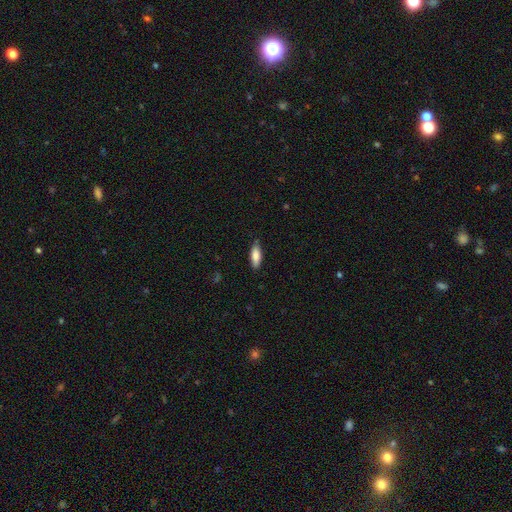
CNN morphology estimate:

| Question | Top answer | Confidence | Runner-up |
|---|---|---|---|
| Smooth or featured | smooth | 83% | featured or disk (11%) |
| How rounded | in between | 63% | cigar-shaped (35%) |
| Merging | none | 82% | minor disturbance (15%) |